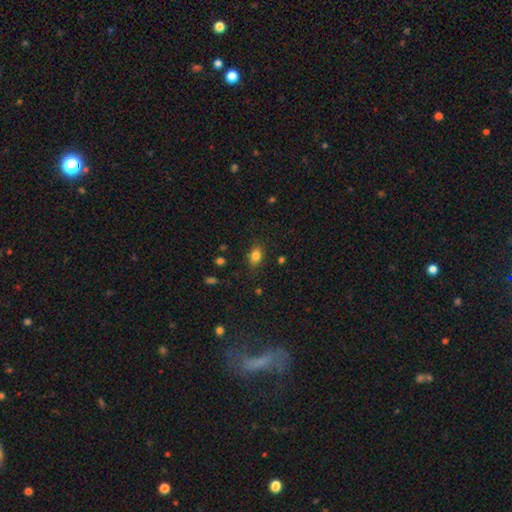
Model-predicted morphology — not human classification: A smooth galaxy with no disk features (83%) that is in between round and cigar-shaped (73%).

Vote fractions:
- Smooth or featured? smooth: 83% / star or artifact: 11% / featured or disk: 6%
- How rounded? in between: 73% / round: 25% / cigar-shaped: 2%
- Merging? none: 82% / minor disturbance: 13% / major disturbance: 3% / merger: 1%